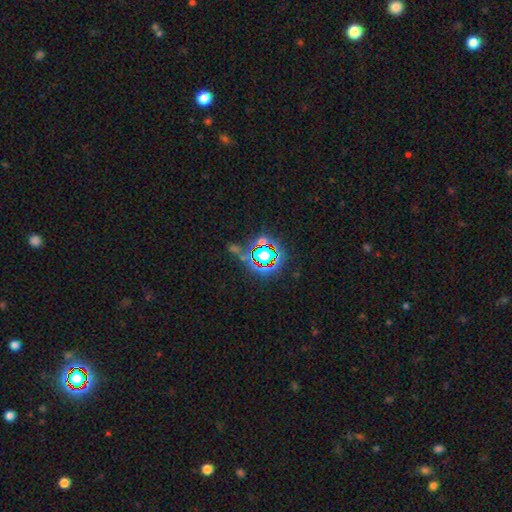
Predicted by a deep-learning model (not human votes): The model was most divided on "smooth or featured": star or artifact: 77%, smooth: 14%, featured or disk: 9%.